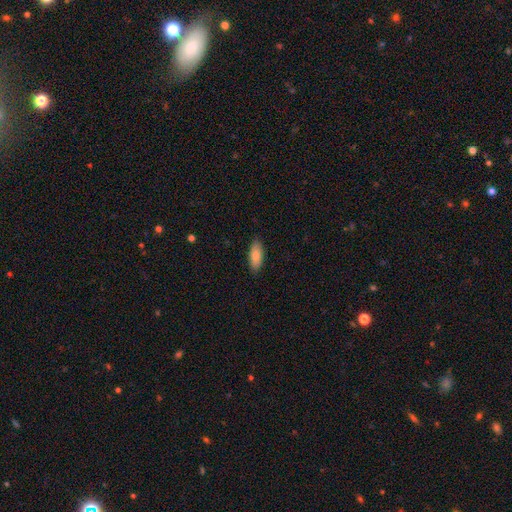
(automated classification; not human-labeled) Smooth or featured? Predicted: smooth (p=0.82). How rounded? Predicted: in between (p=0.81). Merging? Predicted: none (p=0.87).